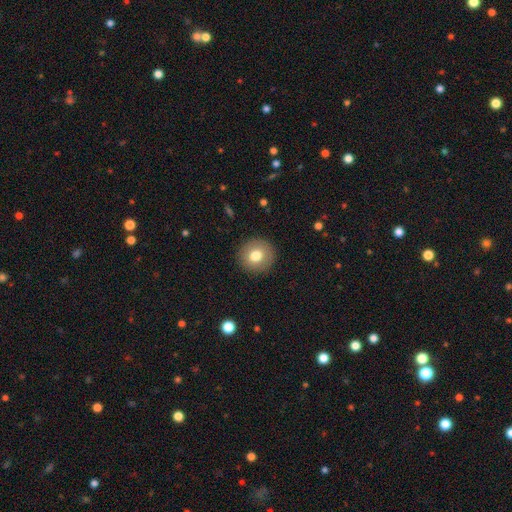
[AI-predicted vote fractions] Smooth or featured? smooth (77%)
How rounded? round (92%)
Merging? none (91%)